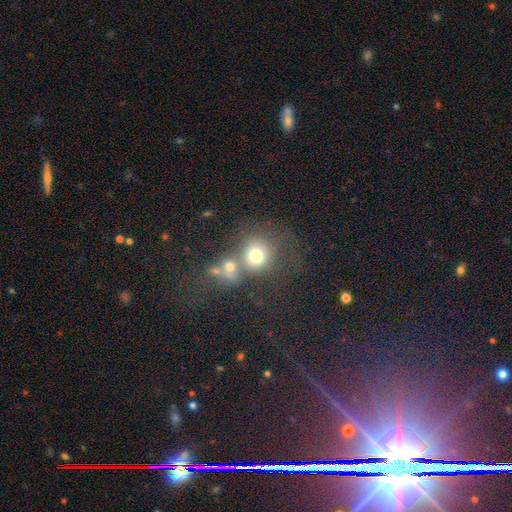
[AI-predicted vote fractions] smooth 70%, featured or disk 15%, star or artifact 14%. Down the decision tree: how rounded — round (81%); merging — merger (44%).